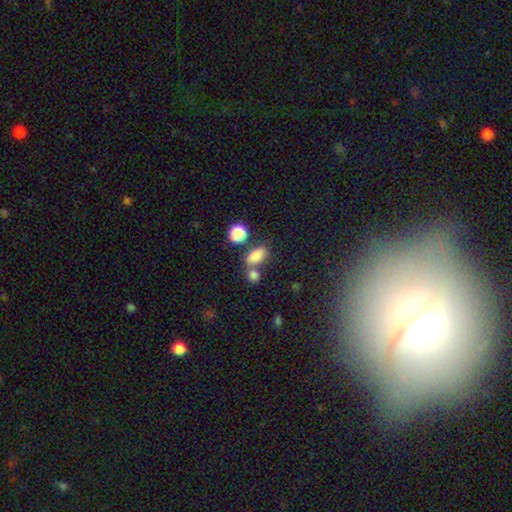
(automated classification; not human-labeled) The model was most divided on "merging": none: 55%, merger: 27%, minor disturbance: 13%, major disturbance: 5%. More confident: how rounded — in between (83%); smooth or featured — smooth (79%).